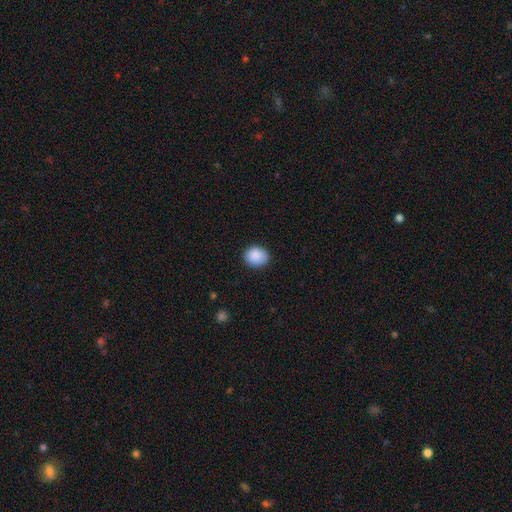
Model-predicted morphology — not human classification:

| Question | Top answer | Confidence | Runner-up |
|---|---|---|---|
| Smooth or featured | smooth | 89% | star or artifact (8%) |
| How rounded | round | 65% | in between (34%) |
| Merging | none | 86% | minor disturbance (11%) |